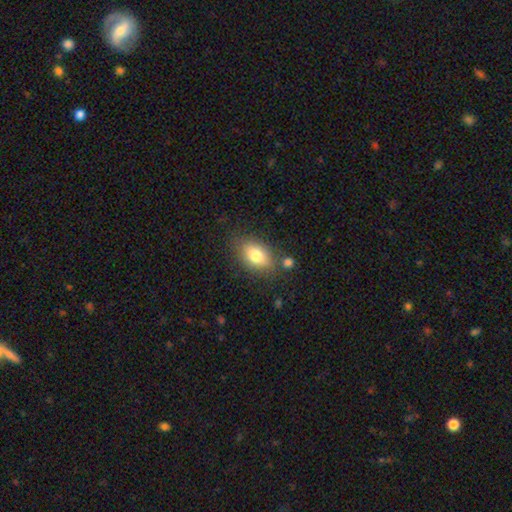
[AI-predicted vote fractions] smooth 78%, featured or disk 14%, star or artifact 8%. Down the decision tree: how rounded — in between (84%); merging — none (76%).